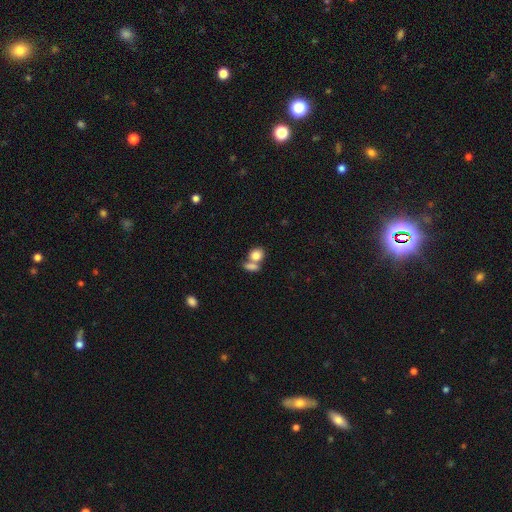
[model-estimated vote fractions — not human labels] Overall: smooth (82%). How rounded: round (57%; in between 40%). Merging: merger (49%; none 38%).